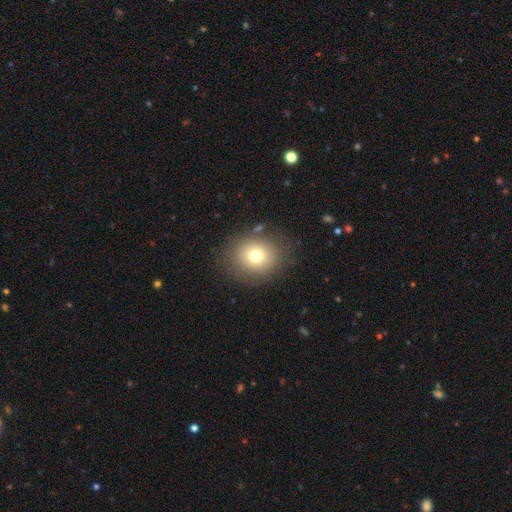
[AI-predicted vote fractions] Q: Smooth or featured?
A: smooth (74%); runner-up: featured or disk (13%)
Q: How rounded?
A: round (71%); runner-up: in between (28%)
Q: Merging?
A: none (83%); runner-up: minor disturbance (10%)